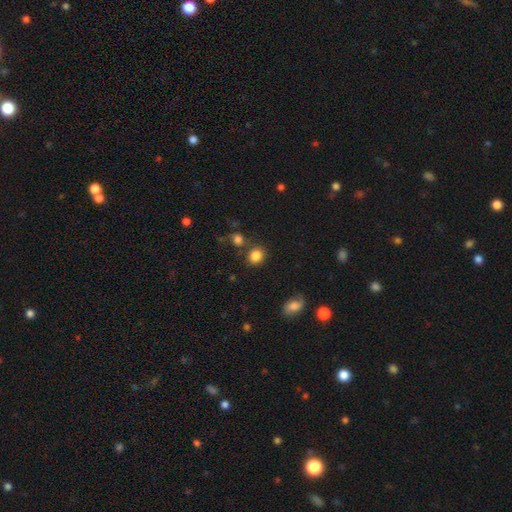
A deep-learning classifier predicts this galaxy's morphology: smooth_or_featured: smooth (p=0.85) [alt: star or artifact p=0.11]
how_rounded: round (p=0.75) [alt: in between p=0.24]
merging: none (p=0.76) [alt: minor disturbance p=0.10]